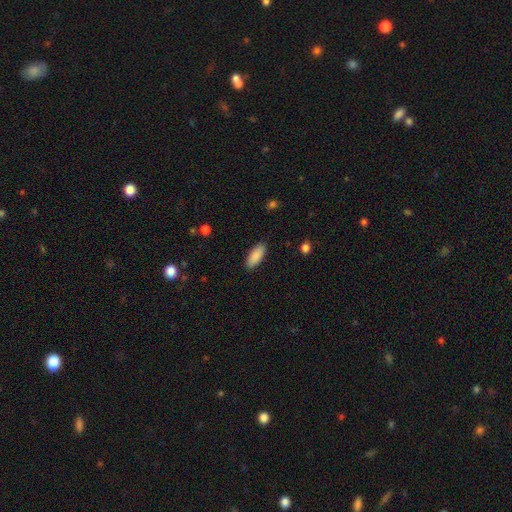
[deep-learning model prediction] Smooth or featured?
  - smooth: 89% *
  - star or artifact: 6%
  - featured or disk: 5%
How rounded?
  - in between: 80% *
  - cigar-shaped: 18%
  - round: 2%
Merging?
  - none: 89% *
  - minor disturbance: 8%
  - major disturbance: 2%
  - merger: 1%